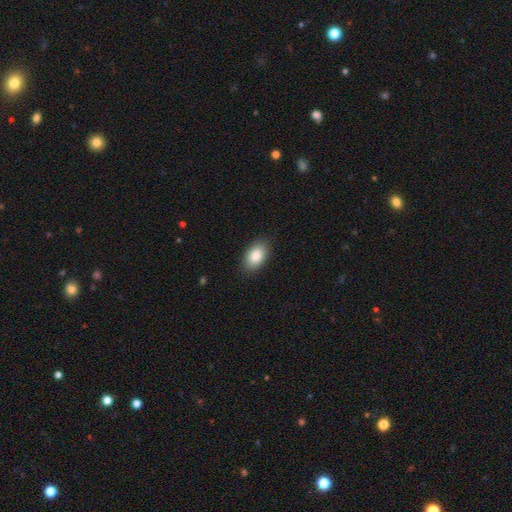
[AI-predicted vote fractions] Smooth or featured?
  - smooth: 85% *
  - featured or disk: 8%
  - star or artifact: 7%
How rounded?
  - in between: 92% *
  - round: 7%
  - cigar-shaped: 1%
Merging?
  - none: 88% *
  - minor disturbance: 9%
  - major disturbance: 2%
  - merger: 1%